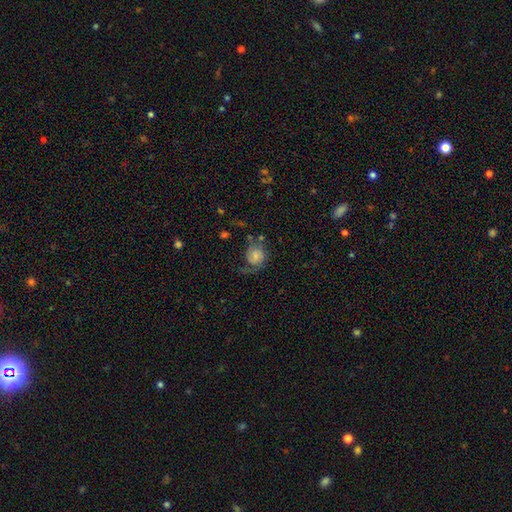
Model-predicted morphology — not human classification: smooth_or_featured: smooth (p=0.49) [alt: featured or disk p=0.41]
merging: none (p=0.39) [alt: major disturbance p=0.30]